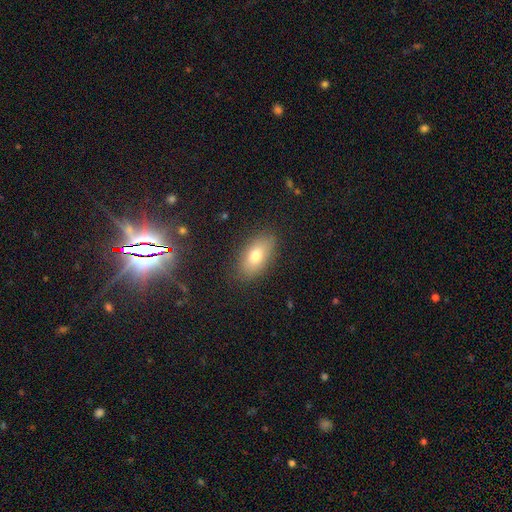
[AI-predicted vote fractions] Smooth or featured? smooth (73%)
How rounded? in between (89%)
Merging? none (85%)